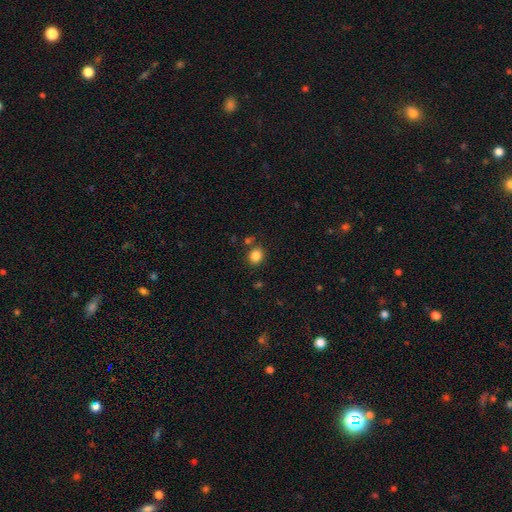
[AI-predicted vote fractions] smooth 84%, star or artifact 11%, featured or disk 5%. Down the decision tree: how rounded — round (73%); merging — none (81%).